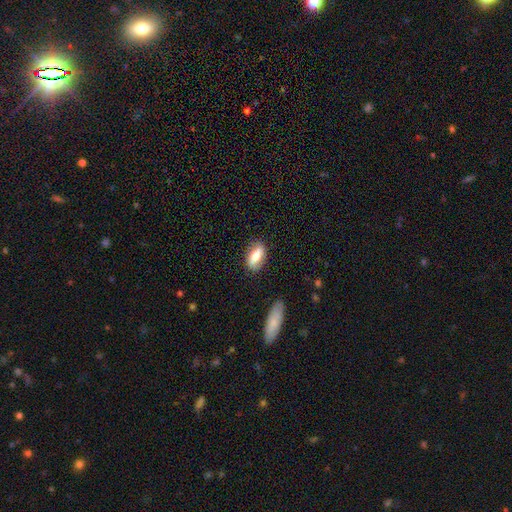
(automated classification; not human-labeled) A smooth galaxy with no disk features (67%) that is in between round and cigar-shaped (87%).

Vote fractions:
- Smooth or featured? smooth: 67% / featured or disk: 27% / star or artifact: 6%
- How rounded? in between: 87% / cigar-shaped: 8% / round: 6%
- Merging? none: 84% / minor disturbance: 12% / major disturbance: 3% / merger: 2%